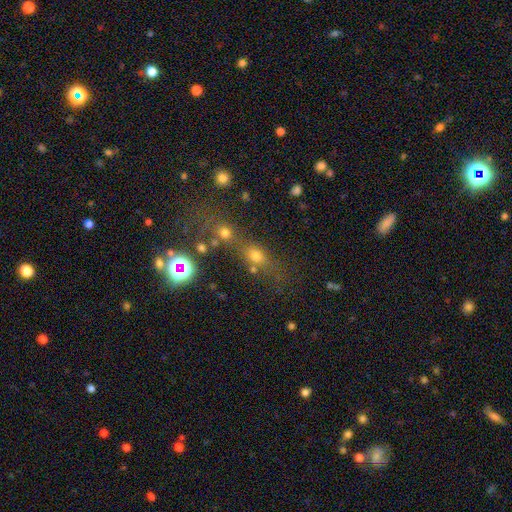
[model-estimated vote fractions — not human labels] A smooth galaxy with no disk features (59%) that is round (44%). Merging: none (49%).